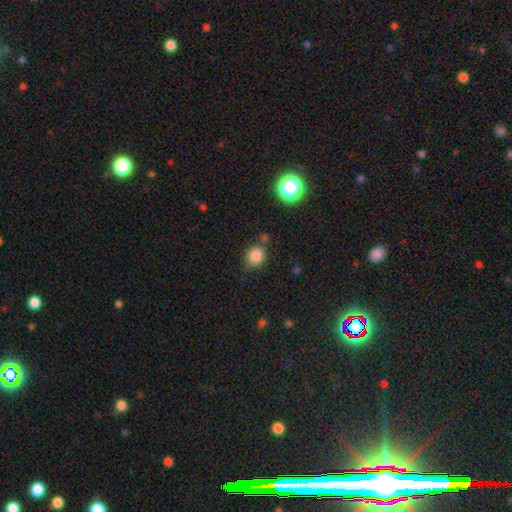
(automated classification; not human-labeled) smooth 83%, star or artifact 12%, featured or disk 5%. Down the decision tree: how rounded — round (70%); merging — none (73%).